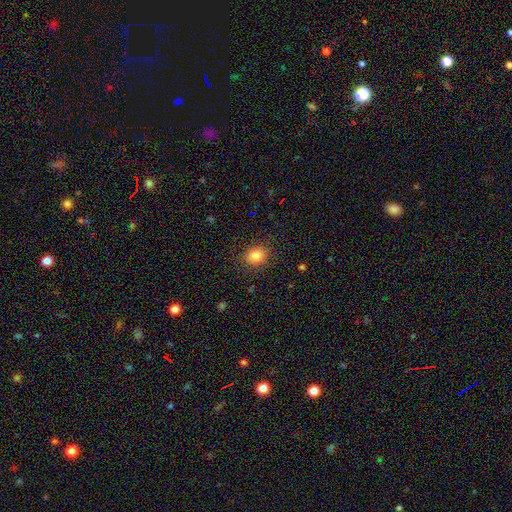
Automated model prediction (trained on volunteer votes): This is clearly a smooth galaxy (83%). How rounded: possibly round (56%). Merging: clearly none (87%).